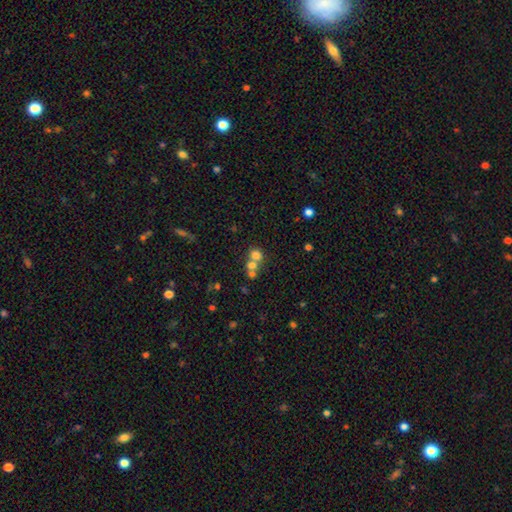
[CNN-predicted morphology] This is likely a smooth galaxy (69%). How rounded: likely round (74%). Merging: possibly merger (52%).